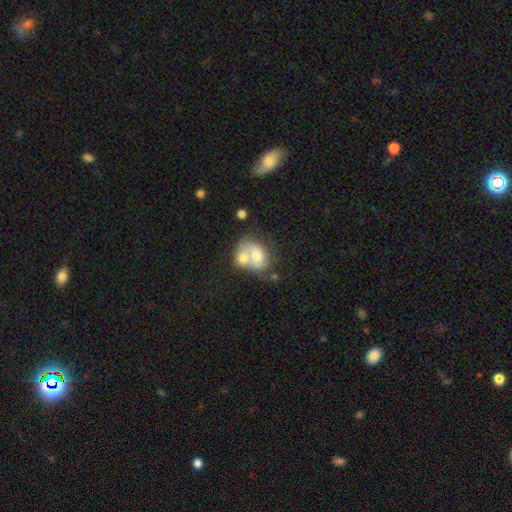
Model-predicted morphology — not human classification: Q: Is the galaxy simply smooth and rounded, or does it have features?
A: smooth — 57%.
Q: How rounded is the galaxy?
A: in between — 64%.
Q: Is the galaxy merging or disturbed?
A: merger — 68%.